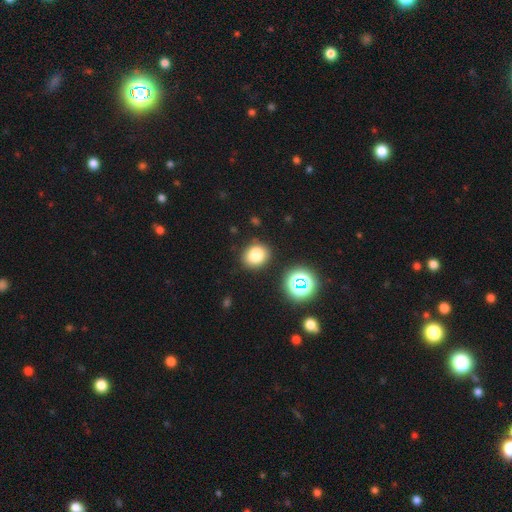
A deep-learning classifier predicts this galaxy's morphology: This appears to be a smooth galaxy with no disk features (79%) that is round (59%). Merging: none (79%).